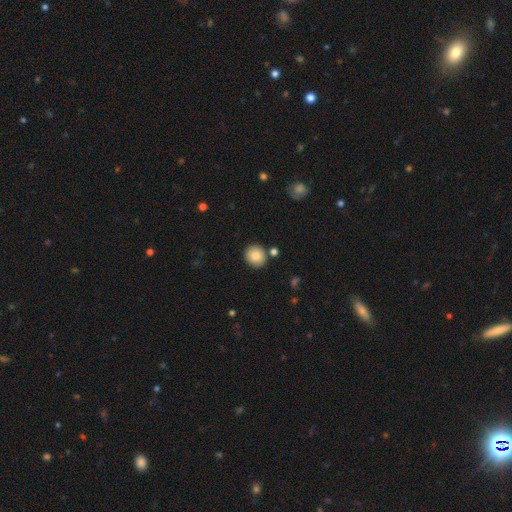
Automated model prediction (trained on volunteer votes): This is clearly a smooth galaxy (84%). How rounded: clearly round (86%). Merging: clearly none (85%).